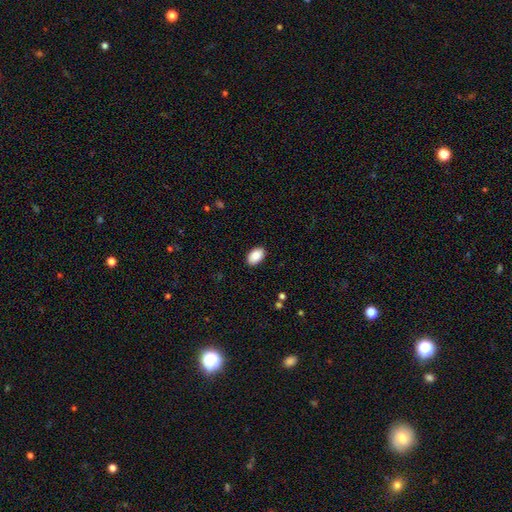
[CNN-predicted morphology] A smooth galaxy with no disk features (89%) that is in between round and cigar-shaped (91%). Merging: none (89%).